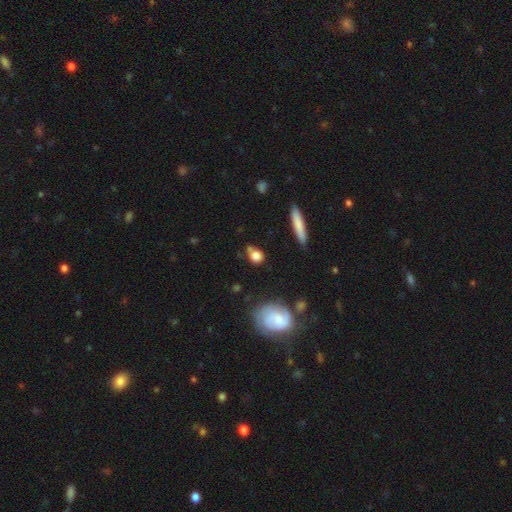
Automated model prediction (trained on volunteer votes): Smooth or featured?
  - smooth: 76% *
  - featured or disk: 15%
  - star or artifact: 9%
How rounded?
  - round: 59% *
  - in between: 36%
  - cigar-shaped: 5%
Merging?
  - none: 61% *
  - minor disturbance: 22%
  - major disturbance: 8%
  - merger: 8%